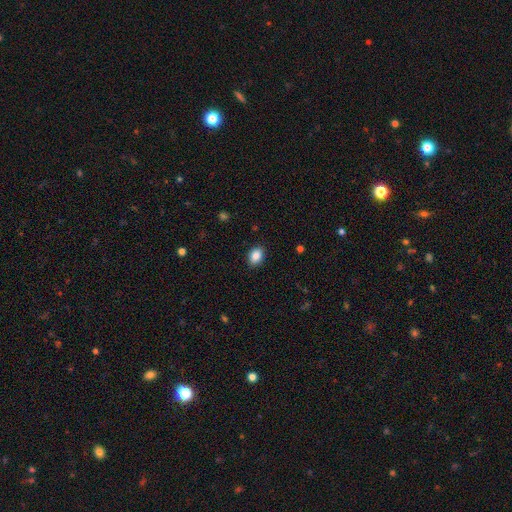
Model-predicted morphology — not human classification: smooth-or-featured: smooth: 87% | star or artifact: 8% | featured or disk: 5%
  how-rounded: in between: 76% | round: 23% | cigar-shaped: 1%
  merging: none: 89% | minor disturbance: 8% | major disturbance: 2% | merger: 1%